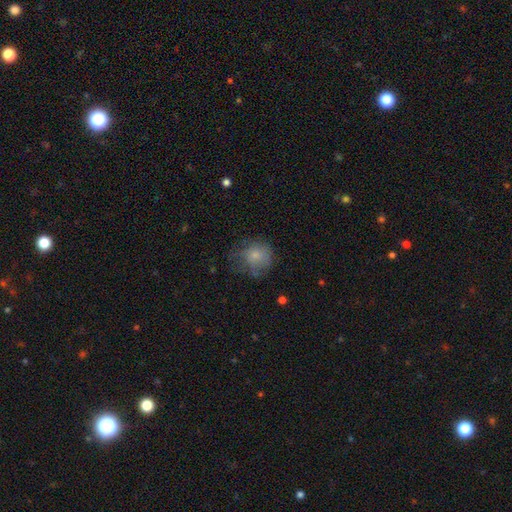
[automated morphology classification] smooth-or-featured: smooth: 73% | featured or disk: 16% | star or artifact: 10%
  how-rounded: round: 78% | in between: 21% | cigar-shaped: 1%
  merging: none: 47% | minor disturbance: 29% | major disturbance: 23% | merger: 2%